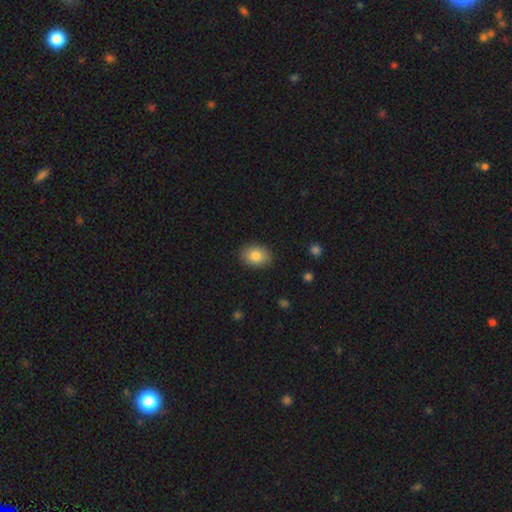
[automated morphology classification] Overall: smooth (83%). How rounded: in between (70%). Merging: none (89%).